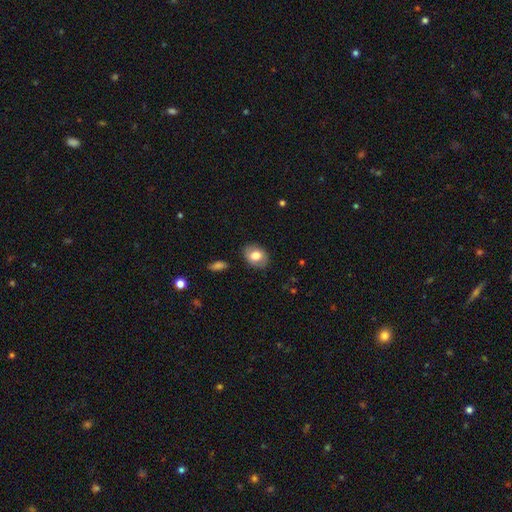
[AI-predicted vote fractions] A smooth galaxy with no disk features (71%) that is in between round and cigar-shaped (70%).

Vote fractions:
- Smooth or featured? smooth: 71% / featured or disk: 21% / star or artifact: 7%
- How rounded? in between: 70% / round: 29% / cigar-shaped: 1%
- Merging? none: 84% / minor disturbance: 12% / major disturbance: 3% / merger: 1%